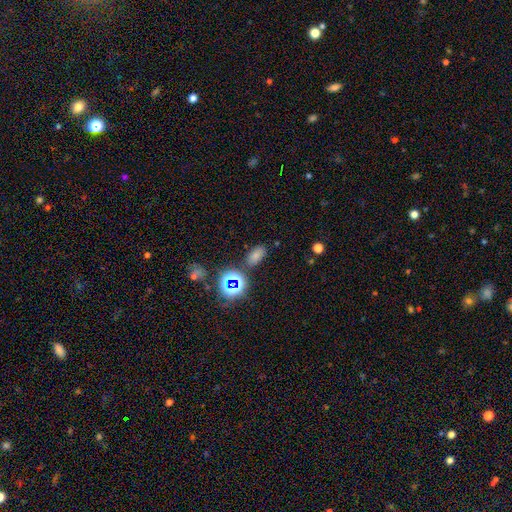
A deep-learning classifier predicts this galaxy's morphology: Smooth or featured? Predicted: smooth (p=0.68). How rounded? Predicted: in between (p=0.89). Merging? Predicted: none (p=0.78).